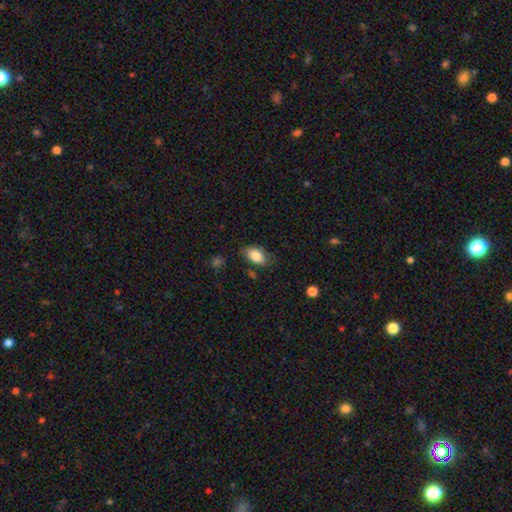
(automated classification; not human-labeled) A smooth galaxy with no disk features (84%) that is in between round and cigar-shaped (92%).

Vote fractions:
- Smooth or featured? smooth: 84% / featured or disk: 9% / star or artifact: 7%
- How rounded? in between: 92% / round: 6% / cigar-shaped: 2%
- Merging? none: 75% / minor disturbance: 18% / major disturbance: 5% / merger: 2%